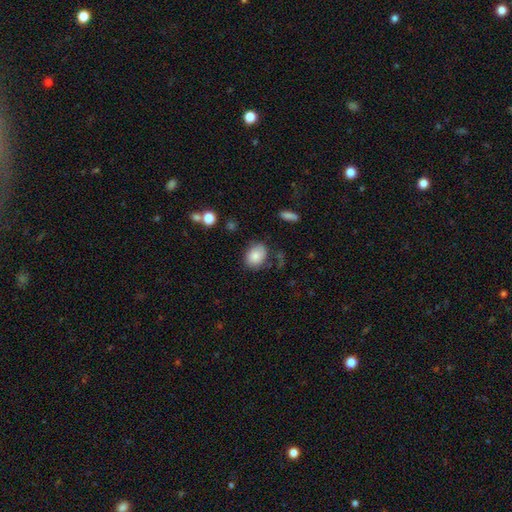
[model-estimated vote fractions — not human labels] Q: Smooth or featured?
A: smooth (83%); runner-up: featured or disk (9%)
Q: How rounded?
A: in between (60%); runner-up: round (39%)
Q: Merging?
A: none (70%); runner-up: minor disturbance (20%)